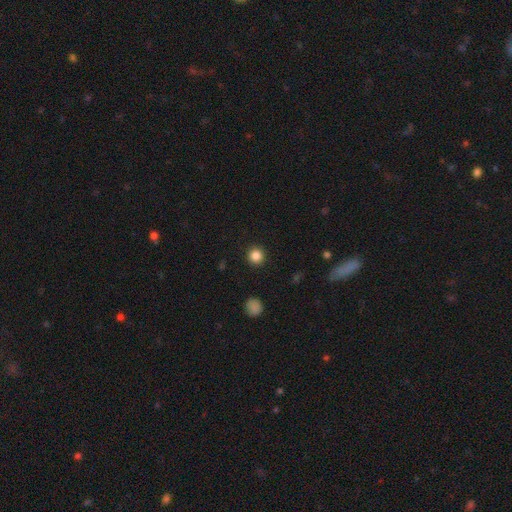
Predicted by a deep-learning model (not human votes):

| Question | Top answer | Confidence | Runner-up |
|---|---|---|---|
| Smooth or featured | smooth | 85% | star or artifact (11%) |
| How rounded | round | 96% | in between (3%) |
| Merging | none | 93% | minor disturbance (4%) |